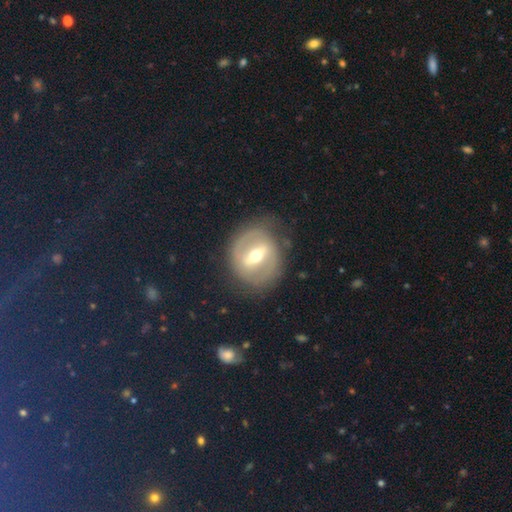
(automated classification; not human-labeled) Smooth or featured?
  - featured or disk: 74% *
  - smooth: 19%
  - star or artifact: 6%
Edge-on disk?
  - no: 92% *
  - yes: 8%
Bar?
  - strong: 60% *
  - weak: 30%
  - no: 10%
Spiral arms?
  - yes: 54% *
  - no: 46%
Bulge size?
  - moderate: 68% *
  - small: 23%
  - large: 7%
  - dominant: 1%
  - none: 1%
Merging?
  - none: 76% *
  - minor disturbance: 14%
  - major disturbance: 8%
  - merger: 2%